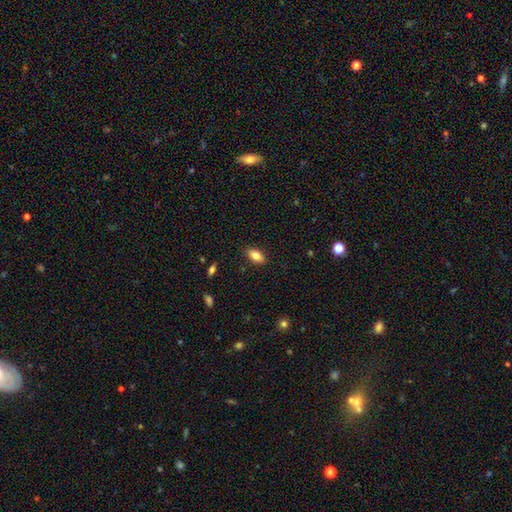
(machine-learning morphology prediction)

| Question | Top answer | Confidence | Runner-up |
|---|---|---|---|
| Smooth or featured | smooth | 80% | featured or disk (12%) |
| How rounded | in between | 88% | cigar-shaped (8%) |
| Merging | none | 87% | minor disturbance (10%) |